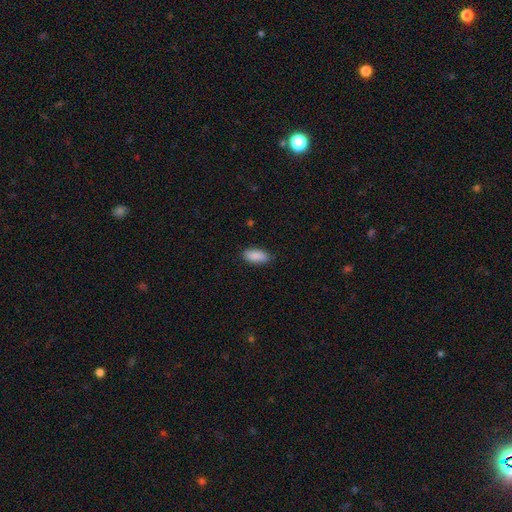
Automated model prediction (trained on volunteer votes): Overall: smooth (89%). How rounded: in between (87%). Merging: none (86%).